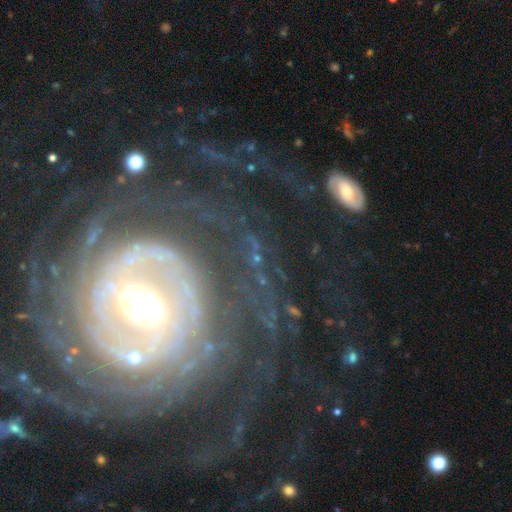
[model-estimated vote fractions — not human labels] This is likely a featured or disk galaxy (79%). It is clearly not viewed edge-on (95%). Bar: possibly no (51%). Spiral arm pattern: clearly yes (81%). Spiral arm count: marginally can't tell (32%). Spiral winding: possibly tight (53%). Central bulge: possibly moderate (57%). Merging: likely none (61%).